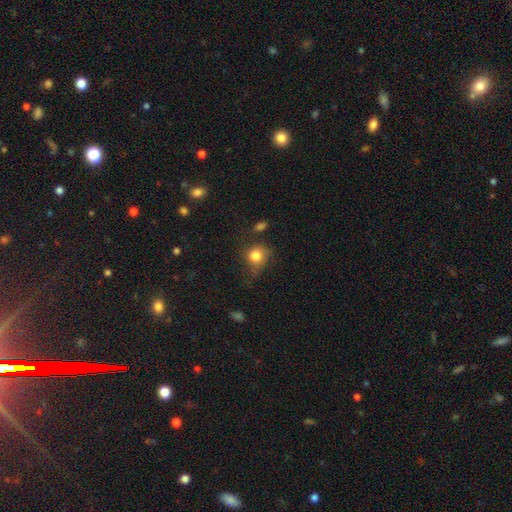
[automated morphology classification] type=smooth (80%); roundness=round (82%); merging=none (57%).